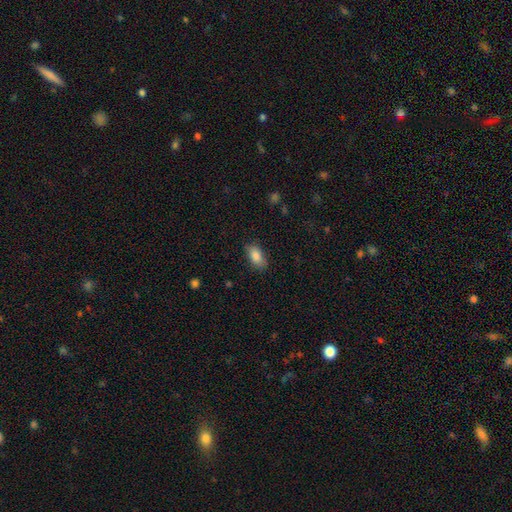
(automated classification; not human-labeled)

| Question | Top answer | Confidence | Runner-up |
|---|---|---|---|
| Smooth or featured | smooth | 86% | star or artifact (7%) |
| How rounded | in between | 91% | cigar-shaped (4%) |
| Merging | none | 83% | minor disturbance (12%) |